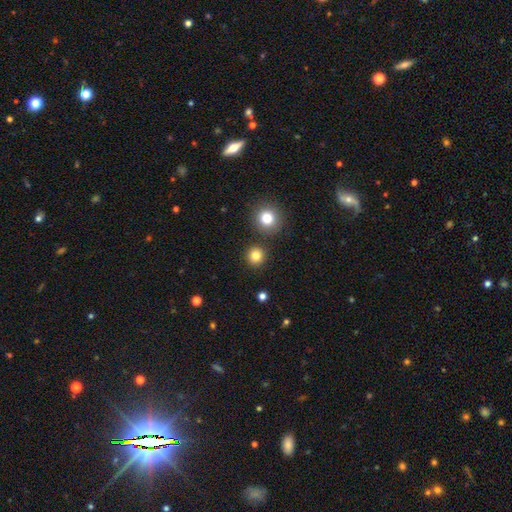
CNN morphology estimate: This is clearly a smooth galaxy (82%). How rounded: clearly round (94%). Merging: clearly none (88%).